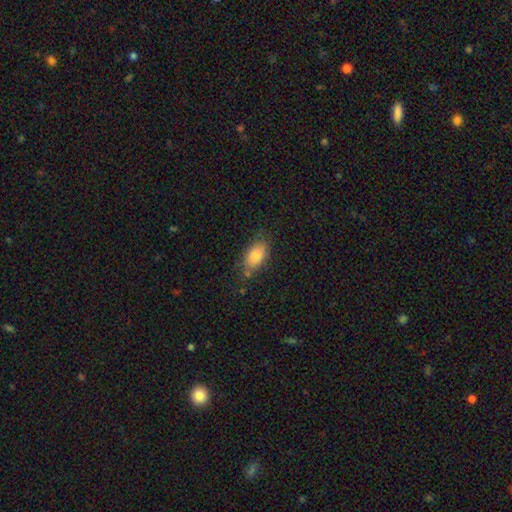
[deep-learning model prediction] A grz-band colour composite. It shows a smooth galaxy with no disk features (84%) that is in between round and cigar-shaped (90%). Merging: none (71%).